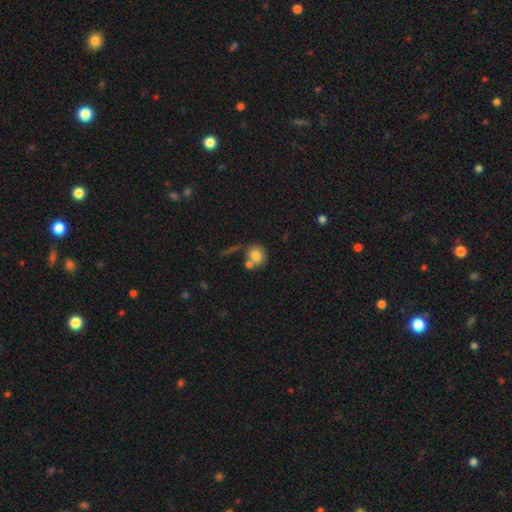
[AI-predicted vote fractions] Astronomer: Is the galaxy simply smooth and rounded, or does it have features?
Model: smooth — 78%.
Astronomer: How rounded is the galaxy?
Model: round — 76%.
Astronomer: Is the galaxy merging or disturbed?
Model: none — 51% (runner-up: merger, 31%).